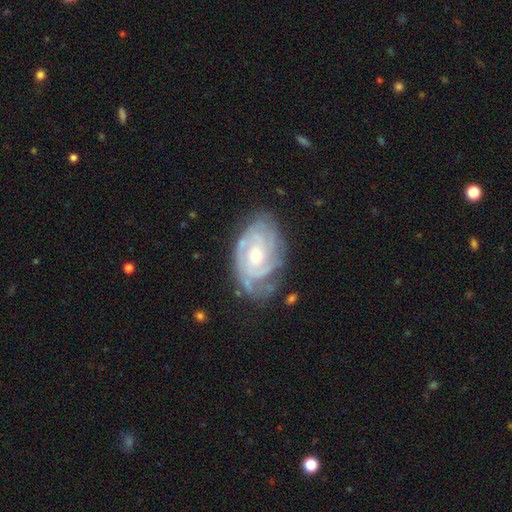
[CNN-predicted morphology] A featured or disk galaxy (87%) with no bar (67%), tight (70%) spiral arms (96%) and a small central bulge (49%).

Vote fractions:
- Smooth or featured? featured or disk: 87% / smooth: 8% / star or artifact: 5%
- Edge-on disk? no: 97% / yes: 3%
- Bar? no: 67% / weak: 27% / strong: 6%
- Spiral arms? yes: 96% / no: 4%
- Spiral winding? tight: 70% / medium: 25% / loose: 5%
- Spiral arm count? can't tell: 30% / 3: 26% / 2: 19% / 4: 14% / more than 4: 5% / 1: 5%
- Bulge size? small: 49% / moderate: 47% / large: 2% / none: 1% / dominant: 1%
- Merging? none: 67% / minor disturbance: 23% / major disturbance: 8% / merger: 2%